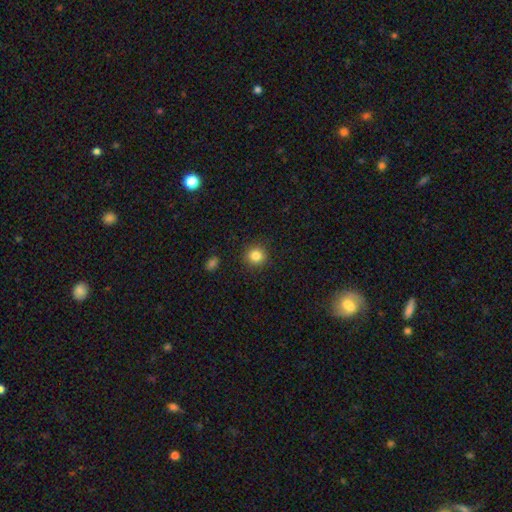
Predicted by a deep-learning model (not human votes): Smooth or featured?
  - smooth: 84% *
  - star or artifact: 11%
  - featured or disk: 5%
How rounded?
  - round: 91% *
  - in between: 8%
  - cigar-shaped: 1%
Merging?
  - none: 90% *
  - minor disturbance: 7%
  - major disturbance: 2%
  - merger: 1%